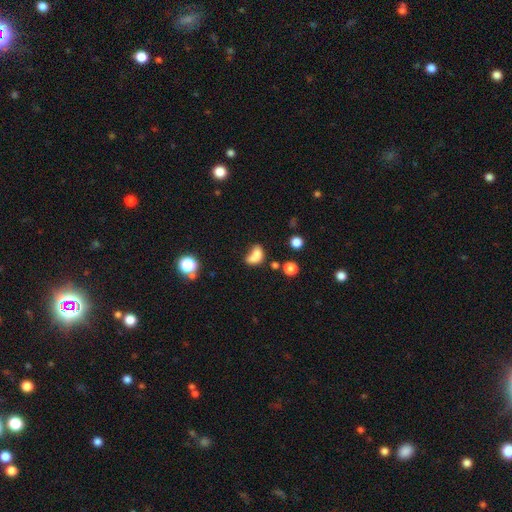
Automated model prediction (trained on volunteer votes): This appears to be a smooth galaxy with no disk features (72%) that is in between round and cigar-shaped (74%). Merging: merger (43%).